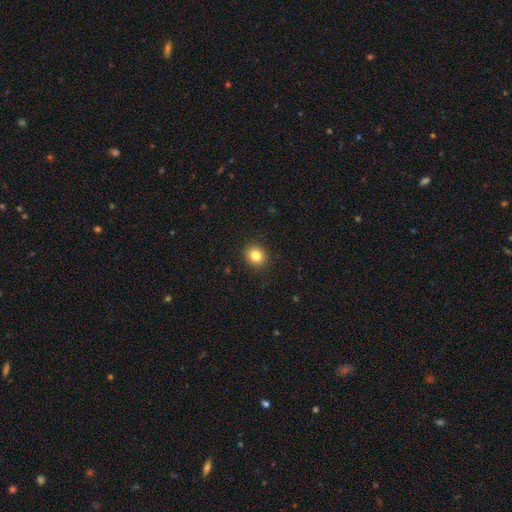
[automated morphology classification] smooth 82%, star or artifact 11%, featured or disk 7%. Down the decision tree: how rounded — round (81%); merging — none (91%).